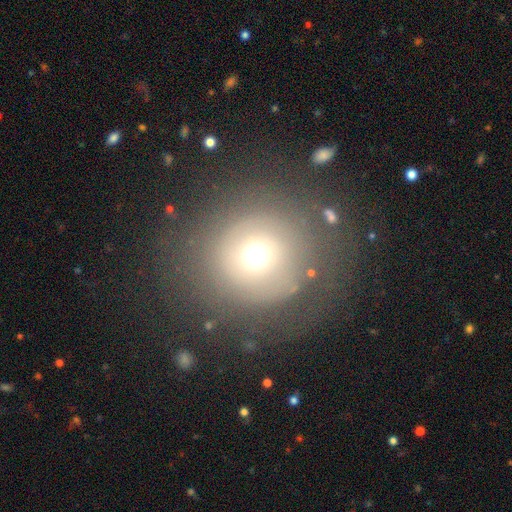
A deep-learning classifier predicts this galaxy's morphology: smooth 58%, featured or disk 25%, star or artifact 17%. Down the decision tree: how rounded — round (91%); merging — none (72%).